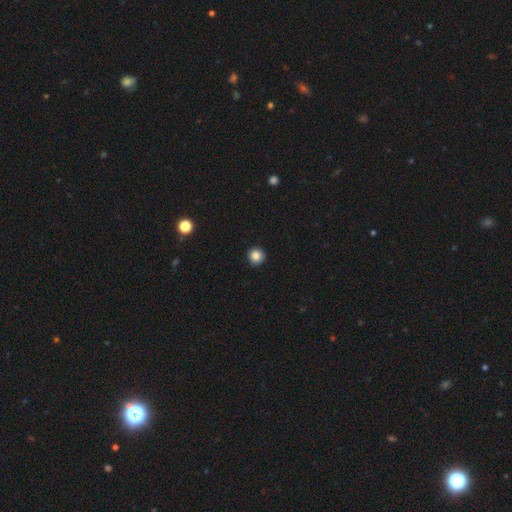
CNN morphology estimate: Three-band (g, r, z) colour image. It shows a smooth galaxy with no disk features (85%) that is round (96%). Merging: none (93%).